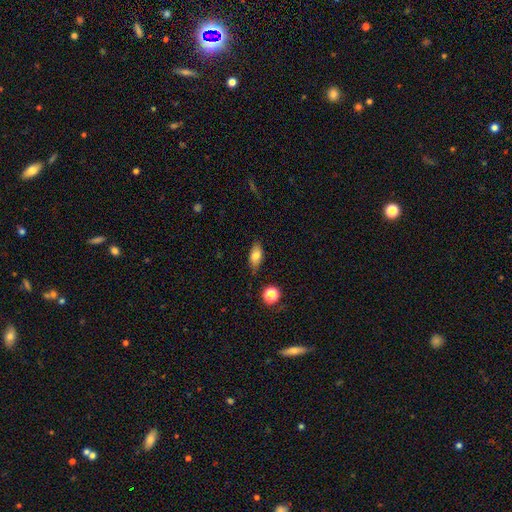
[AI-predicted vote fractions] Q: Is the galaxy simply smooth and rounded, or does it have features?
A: smooth — 75%.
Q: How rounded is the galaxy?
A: in between — 82%.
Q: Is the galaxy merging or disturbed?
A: none — 79%.